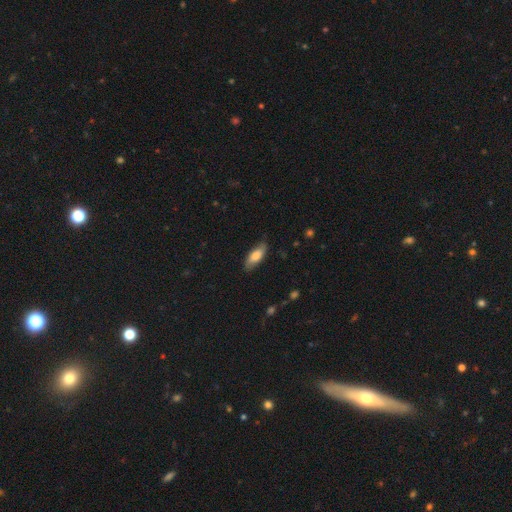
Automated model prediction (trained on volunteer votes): smooth_or_featured: smooth (p=0.76) [alt: featured or disk p=0.18]
how_rounded: in between (p=0.73) [alt: cigar-shaped p=0.25]
merging: none (p=0.80) [alt: minor disturbance p=0.16]